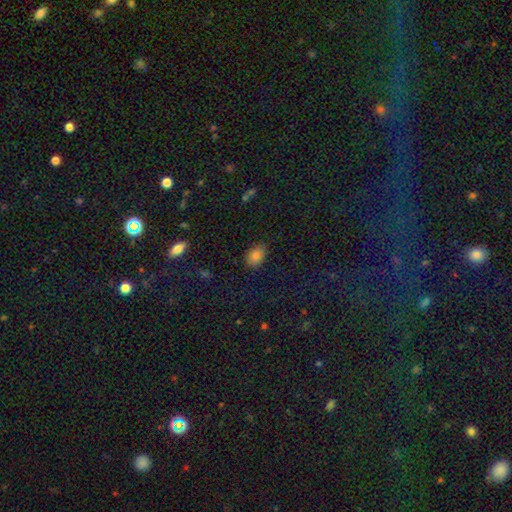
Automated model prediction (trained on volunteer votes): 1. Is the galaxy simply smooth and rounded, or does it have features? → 82% smooth, 11% star or artifact, 7% featured or disk.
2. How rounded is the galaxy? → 80% in between, 18% round, 1% cigar-shaped.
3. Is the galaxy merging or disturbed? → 82% none, 14% minor disturbance, 3% major disturbance, 1% merger.